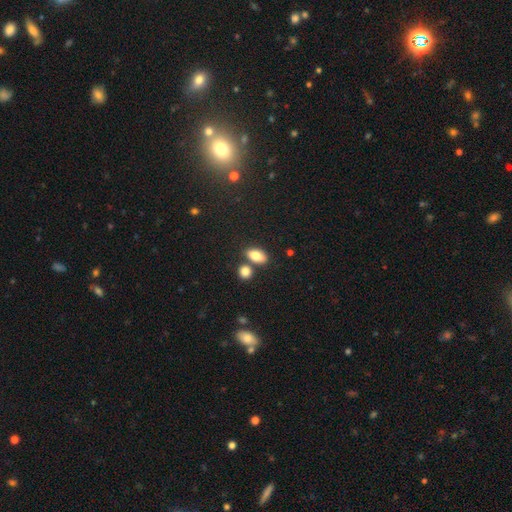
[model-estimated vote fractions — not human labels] Morphology: type=smooth (81%); roundness=in between (87%); merging=none (66%).